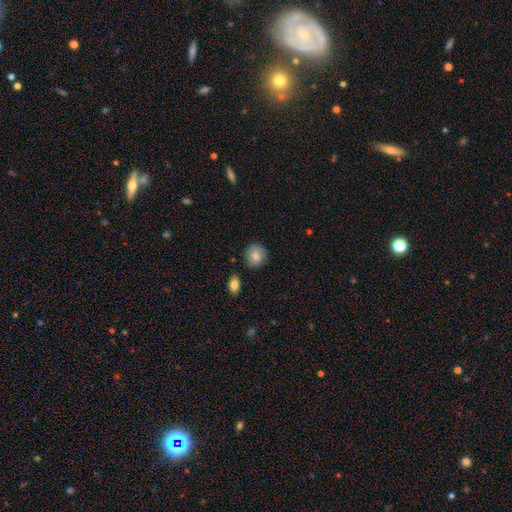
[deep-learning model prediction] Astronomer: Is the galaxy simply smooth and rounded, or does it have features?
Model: smooth — 85%.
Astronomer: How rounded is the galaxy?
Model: round — 89%.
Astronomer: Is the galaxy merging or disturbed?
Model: none — 84%.